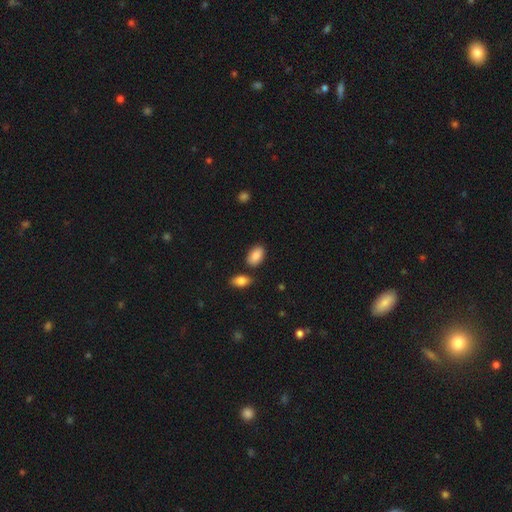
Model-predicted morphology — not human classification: The model was most divided on "merging": none: 80%, minor disturbance: 11%, merger: 7%, major disturbance: 3%. More confident: how rounded — in between (93%); smooth or featured — smooth (87%).